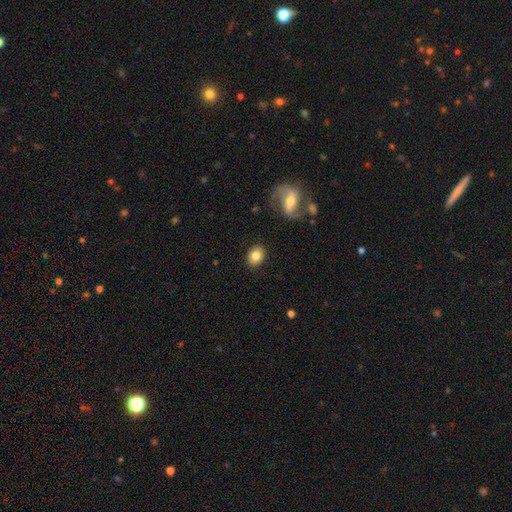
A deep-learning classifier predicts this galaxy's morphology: smooth_or_featured: smooth (p=0.79) [alt: featured or disk p=0.12]
how_rounded: in between (p=0.62) [alt: round p=0.37]
merging: none (p=0.87) [alt: minor disturbance p=0.09]